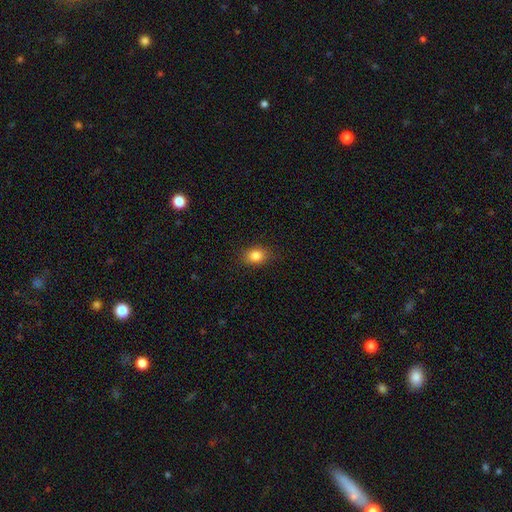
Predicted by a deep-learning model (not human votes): Q: Smooth or featured?
A: smooth (85%); runner-up: star or artifact (10%)
Q: How rounded?
A: in between (60%); runner-up: round (38%)
Q: Merging?
A: none (86%); runner-up: minor disturbance (11%)